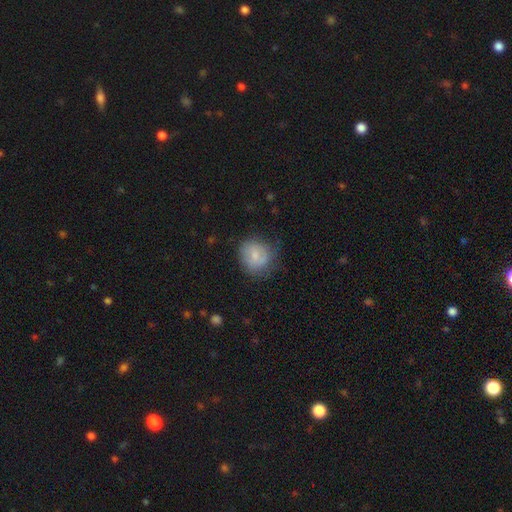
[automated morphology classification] type=smooth (69%); roundness=round (80%); merging=none (62%).